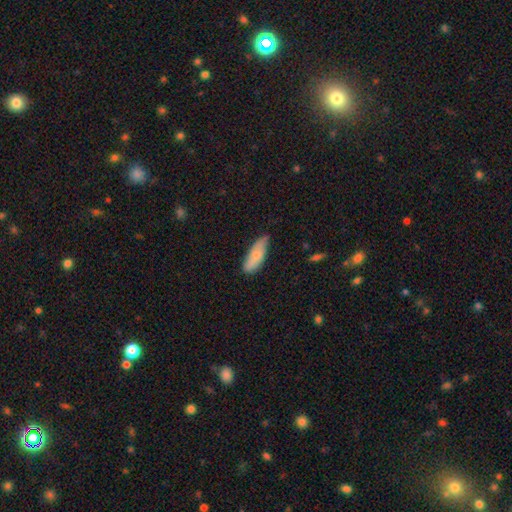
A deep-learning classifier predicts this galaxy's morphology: This is likely a smooth galaxy (72%). How rounded: likely in between (68%). Merging: possibly none (60%).